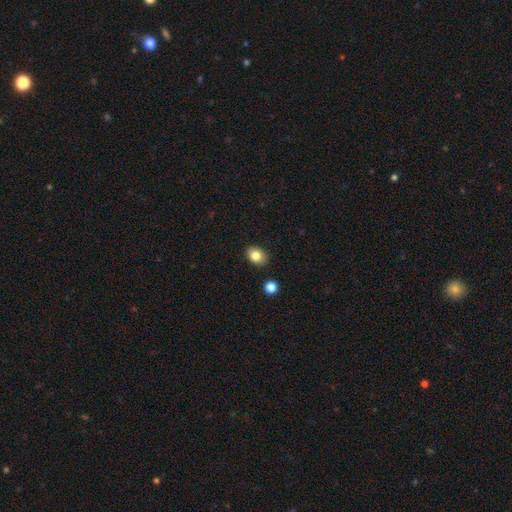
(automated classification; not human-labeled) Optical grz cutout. It shows a smooth galaxy with no disk features (83%) that is in between round and cigar-shaped (66%). Merging: none (87%).